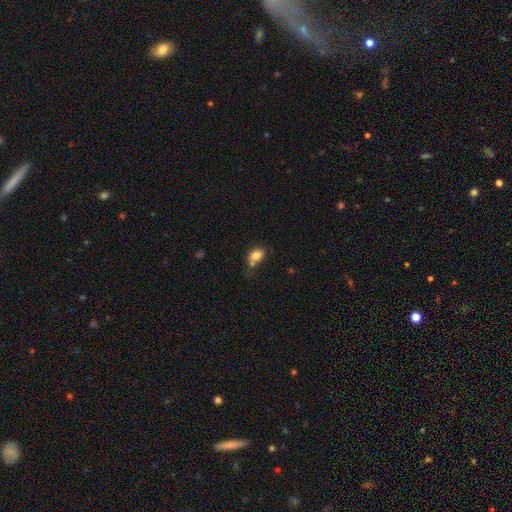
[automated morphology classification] Smooth or featured? Predicted: smooth (p=0.80). How rounded? Predicted: in between (p=0.72). Merging? Predicted: none (p=0.43).